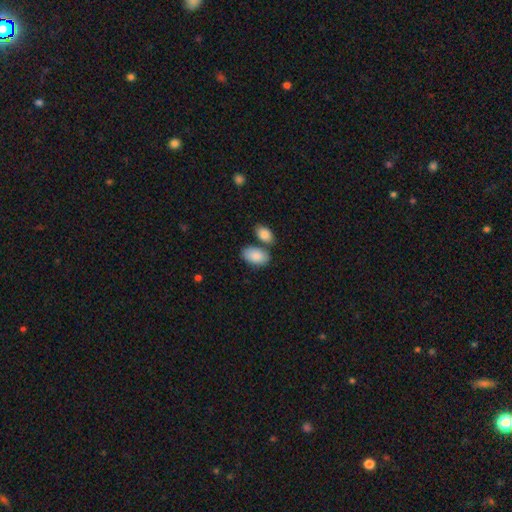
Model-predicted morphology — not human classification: Q: Smooth or featured?
A: smooth (87%); runner-up: featured or disk (7%)
Q: How rounded?
A: in between (94%); runner-up: round (4%)
Q: Merging?
A: none (58%); runner-up: merger (25%)